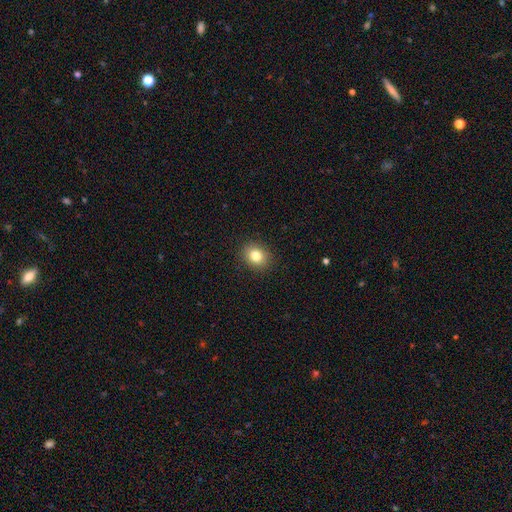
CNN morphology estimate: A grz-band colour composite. It shows a smooth galaxy with no disk features (82%) that is round (62%). Merging: none (90%).